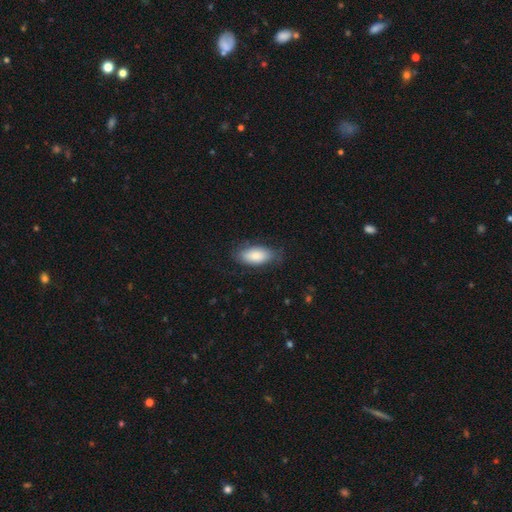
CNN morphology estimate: type=smooth (82%); roundness=in between (91%); merging=none (73%).